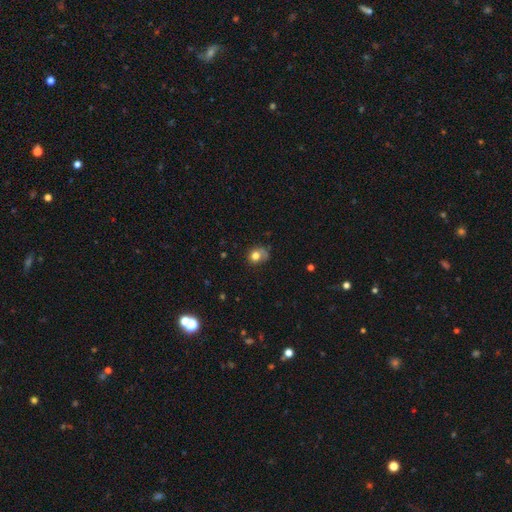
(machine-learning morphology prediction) Overall: smooth (75%). How rounded: round (68%; in between 31%). Merging: none (48%; minor disturbance 30%).